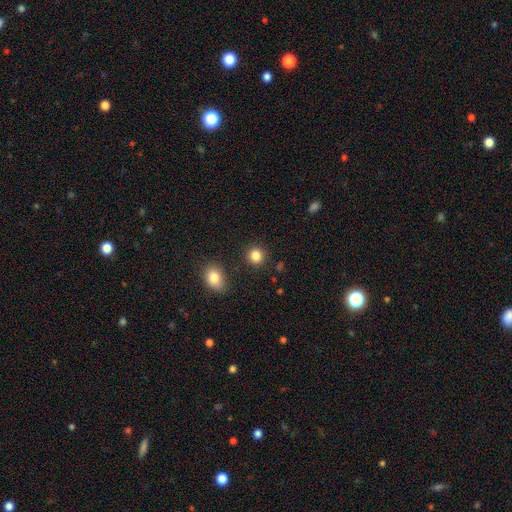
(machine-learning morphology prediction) This is clearly a smooth galaxy (85%). How rounded: clearly round (90%). Merging: clearly none (90%).